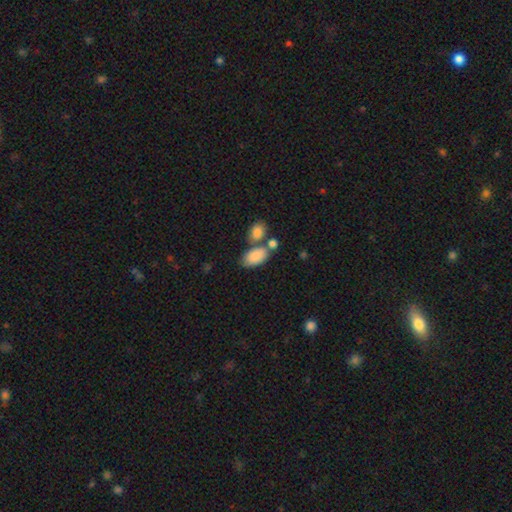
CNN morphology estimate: smooth 85%, featured or disk 8%, star or artifact 7%. Down the decision tree: how rounded — in between (93%); merging — none (51%).